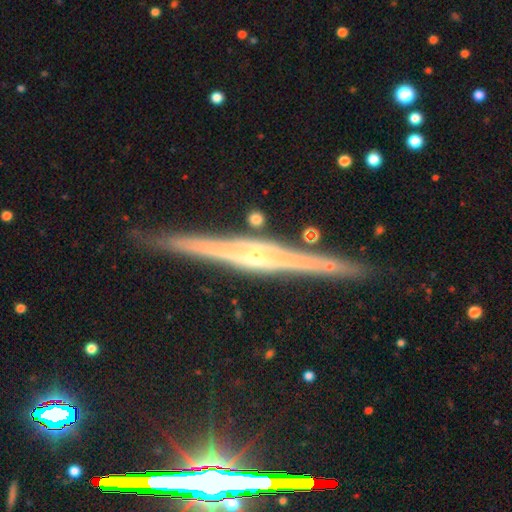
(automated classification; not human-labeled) A featured or disk galaxy (84%) viewed edge-on (98%) with a rounded central bulge (61%). Merging: none (88%).